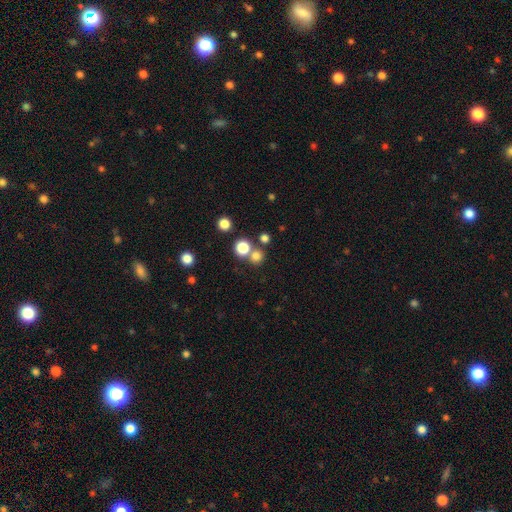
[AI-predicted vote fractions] The model was most divided on "merging": none: 64%, merger: 27%, minor disturbance: 6%, major disturbance: 3%. More confident: how rounded — round (90%); smooth or featured — smooth (77%).